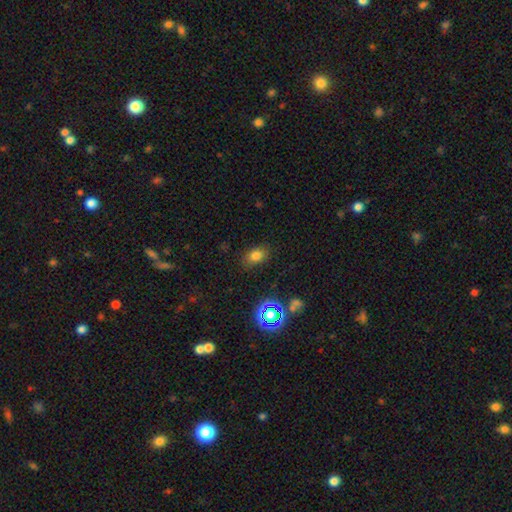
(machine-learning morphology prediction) Smooth or featured?
  - smooth: 75% *
  - star or artifact: 16%
  - featured or disk: 9%
How rounded?
  - in between: 78% *
  - round: 21%
  - cigar-shaped: 2%
Merging?
  - none: 82% *
  - minor disturbance: 12%
  - major disturbance: 4%
  - merger: 2%